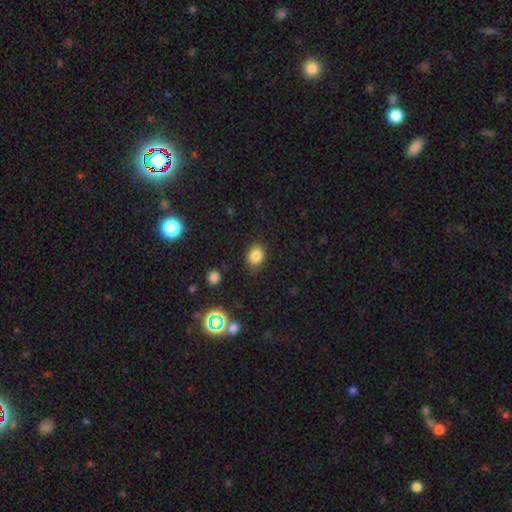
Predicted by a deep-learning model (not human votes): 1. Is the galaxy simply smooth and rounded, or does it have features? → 81% smooth, 13% star or artifact, 6% featured or disk.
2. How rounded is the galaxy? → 58% in between, 41% round, 1% cigar-shaped.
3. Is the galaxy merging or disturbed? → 84% none, 11% minor disturbance, 3% major disturbance, 2% merger.